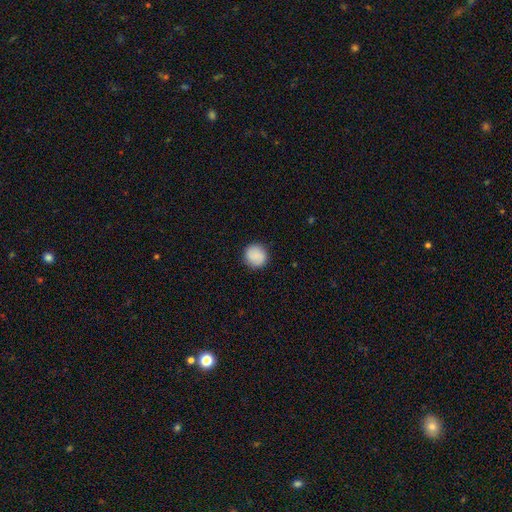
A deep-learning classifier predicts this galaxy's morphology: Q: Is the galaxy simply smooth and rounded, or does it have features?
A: smooth — 87%.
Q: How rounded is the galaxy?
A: round — 92%.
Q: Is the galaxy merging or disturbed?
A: none — 90%.